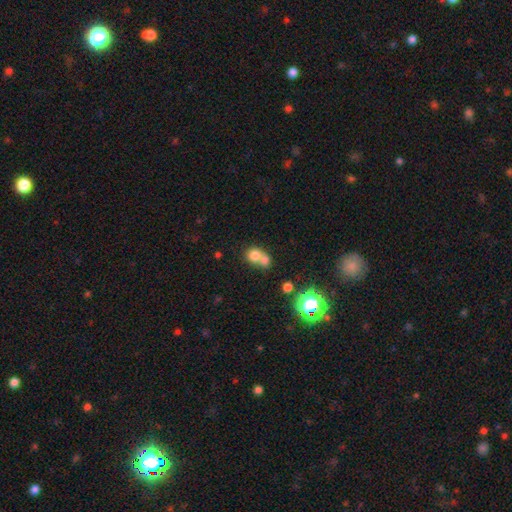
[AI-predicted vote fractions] The model was most divided on "merging": merger: 61%, none: 30%, minor disturbance: 6%, major disturbance: 3%. More confident: how rounded — round (75%); smooth or featured — smooth (74%).